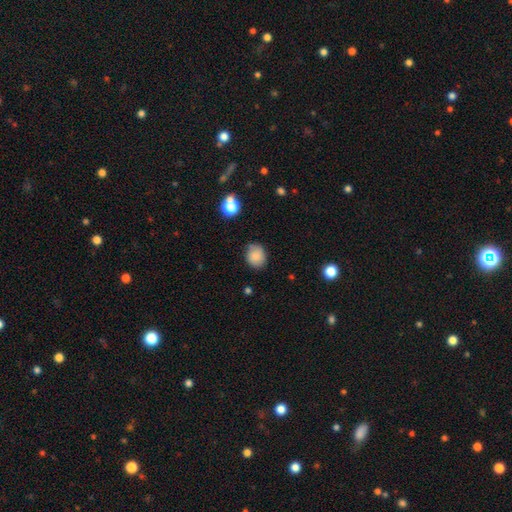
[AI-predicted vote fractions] smooth 83%, star or artifact 9%, featured or disk 8%. Down the decision tree: how rounded — round (59%); merging — none (76%).